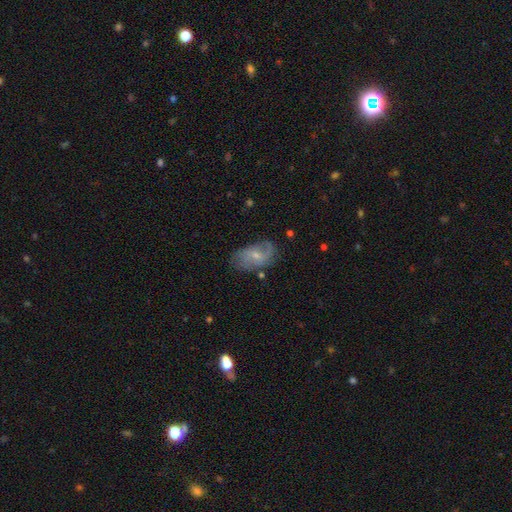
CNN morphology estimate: Smooth or featured?
  - featured or disk: 60% *
  - smooth: 32%
  - star or artifact: 8%
Edge-on disk?
  - no: 95% *
  - yes: 5%
Bar?
  - no: 56% *
  - weak: 37%
  - strong: 6%
Spiral arms?
  - yes: 77% *
  - no: 23%
Bulge size?
  - small: 62% *
  - moderate: 31%
  - none: 4%
  - large: 1%
  - dominant: 1%
Merging?
  - none: 58% *
  - minor disturbance: 27%
  - major disturbance: 12%
  - merger: 3%